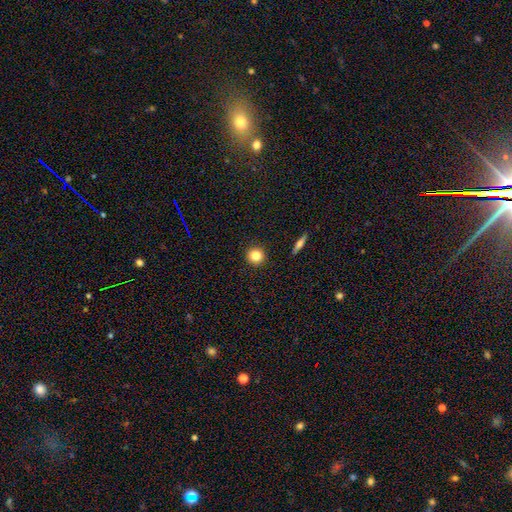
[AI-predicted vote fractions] A smooth galaxy with no disk features (81%) that is round (95%).

Vote fractions:
- Smooth or featured? smooth: 81% / star or artifact: 11% / featured or disk: 8%
- How rounded? round: 95% / in between: 4% / cigar-shaped: 1%
- Merging? none: 93% / minor disturbance: 4% / major disturbance: 2% / merger: 1%